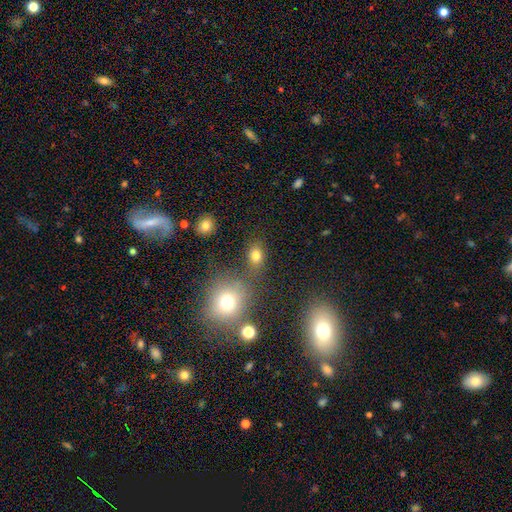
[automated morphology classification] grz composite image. It shows a smooth galaxy with no disk features (76%) that is in between round and cigar-shaped (51%). Merging: none (70%).